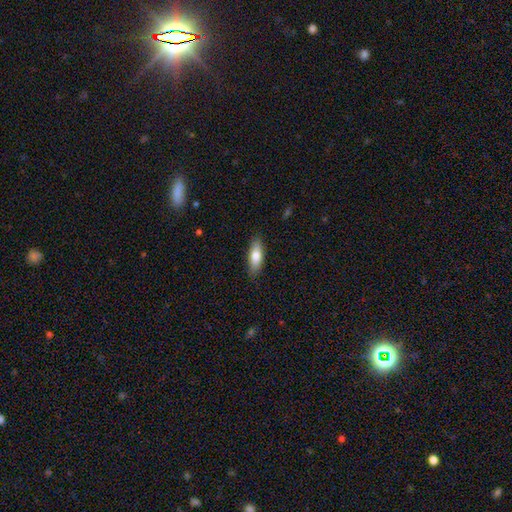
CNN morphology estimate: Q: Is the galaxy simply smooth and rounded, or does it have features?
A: smooth — 75%.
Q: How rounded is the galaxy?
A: in between — 63%.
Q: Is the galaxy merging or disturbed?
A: none — 87%.